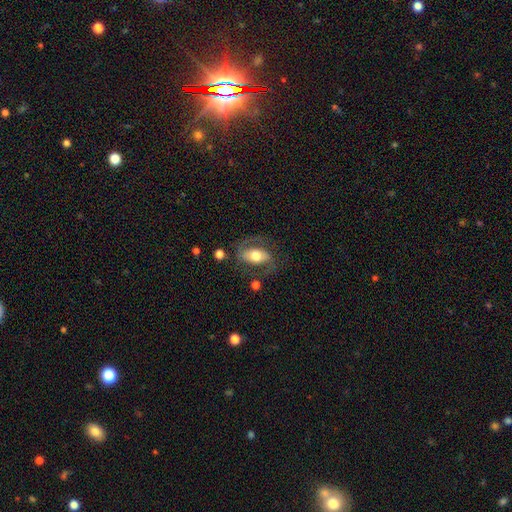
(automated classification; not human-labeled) Q: Smooth or featured?
A: featured or disk (59%); runner-up: smooth (34%)
Q: Edge-on disk?
A: no (93%); runner-up: yes (7%)
Q: Bar?
A: no (41%); runner-up: weak (30%)
Q: Spiral arms?
A: yes (75%); runner-up: no (25%)
Q: Bulge size?
A: moderate (60%); runner-up: large (26%)
Q: Merging?
A: none (60%); runner-up: minor disturbance (19%)